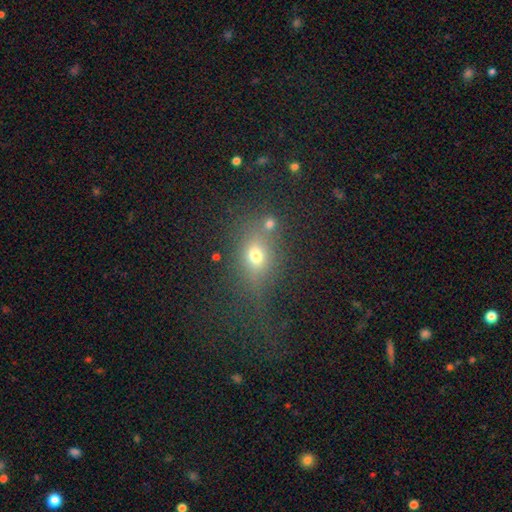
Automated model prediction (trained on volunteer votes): Smooth or featured: smooth — 65% (star or artifact — 22%)
How rounded: in between — 57% (round — 37%)
Merging: none — 63% (minor disturbance — 14%)